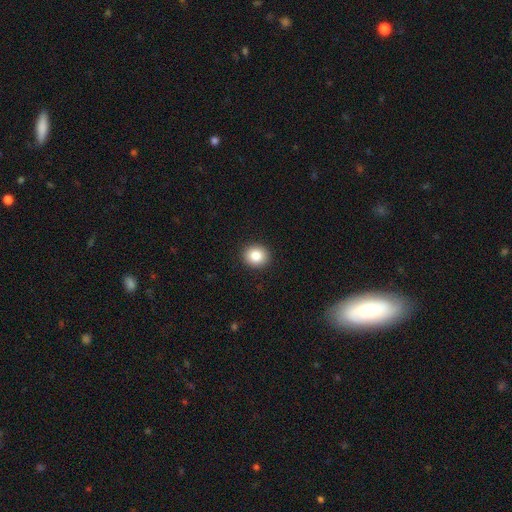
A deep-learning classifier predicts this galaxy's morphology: Smooth or featured? smooth (85%)
How rounded? round (81%)
Merging? none (92%)